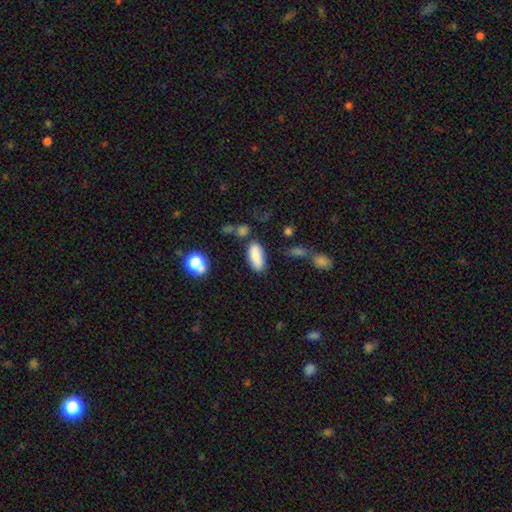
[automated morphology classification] This appears to be a smooth galaxy with no disk features (85%) that is in between round and cigar-shaped (86%). Merging: none (77%).